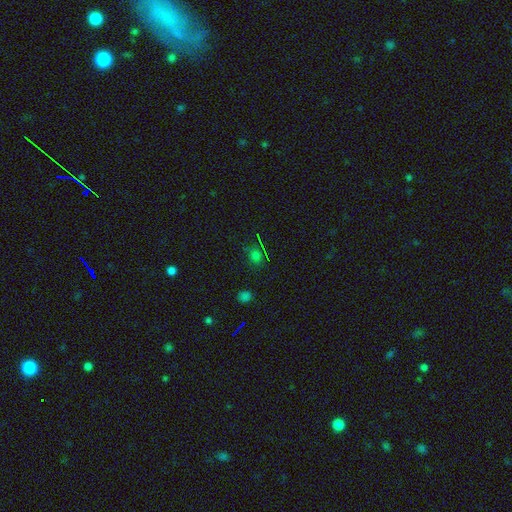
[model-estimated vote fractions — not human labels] Overall: smooth (54%; star or artifact 38%). How rounded: round (69%). Merging: none (81%).